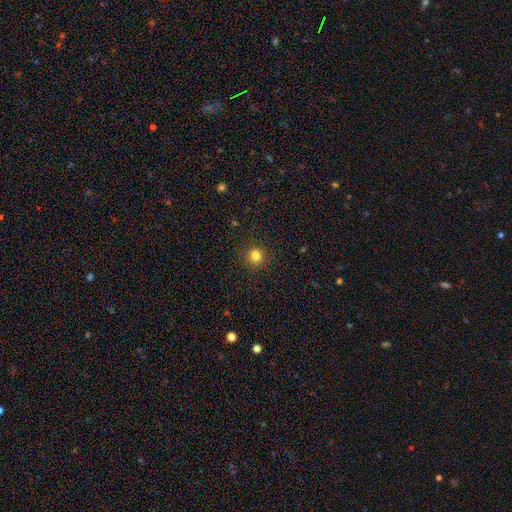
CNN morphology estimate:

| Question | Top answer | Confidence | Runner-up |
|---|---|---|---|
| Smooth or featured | smooth | 82% | star or artifact (13%) |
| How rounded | round | 88% | in between (11%) |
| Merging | none | 89% | minor disturbance (7%) |